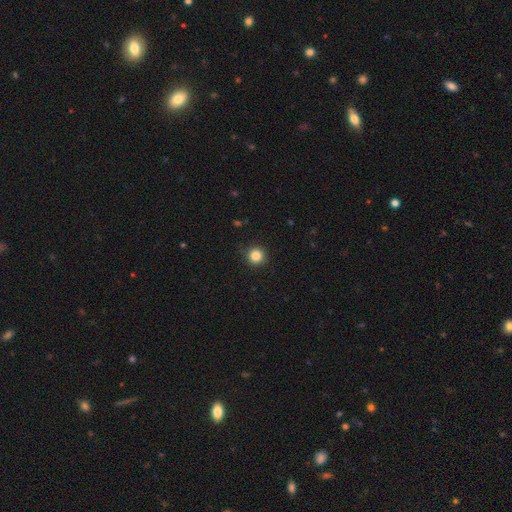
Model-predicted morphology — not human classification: Overall: smooth (84%). How rounded: round (95%). Merging: none (89%).